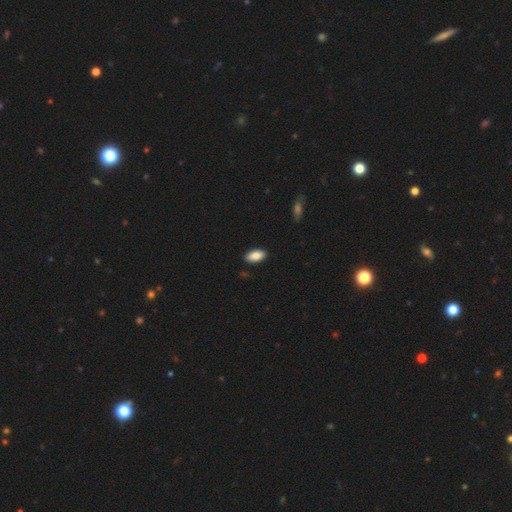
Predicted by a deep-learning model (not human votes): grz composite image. It shows a smooth galaxy with no disk features (89%) that is in between round and cigar-shaped (94%). Merging: none (89%).